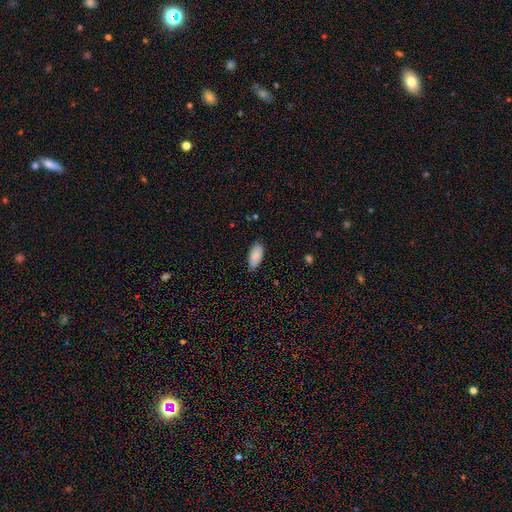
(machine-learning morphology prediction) smooth_or_featured: smooth (p=0.86) [alt: featured or disk p=0.07]
how_rounded: in between (p=0.93) [alt: cigar-shaped p=0.05]
merging: none (p=0.77) [alt: minor disturbance p=0.19]